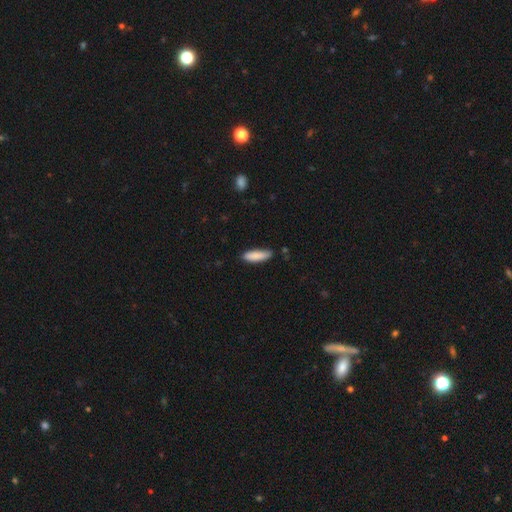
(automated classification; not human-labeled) A smooth galaxy with no disk features (88%) that is cigar-shaped (60%).

Vote fractions:
- Smooth or featured? smooth: 88% / featured or disk: 6% / star or artifact: 6%
- How rounded? cigar-shaped: 60% / in between: 38% / round: 1%
- Merging? none: 81% / minor disturbance: 15% / major disturbance: 2% / merger: 2%